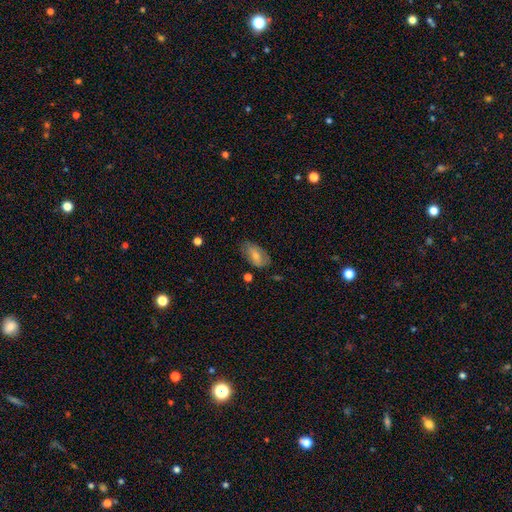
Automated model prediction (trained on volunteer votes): Morphology: type=smooth (51%); roundness=in between (89%); merging=none (73%).